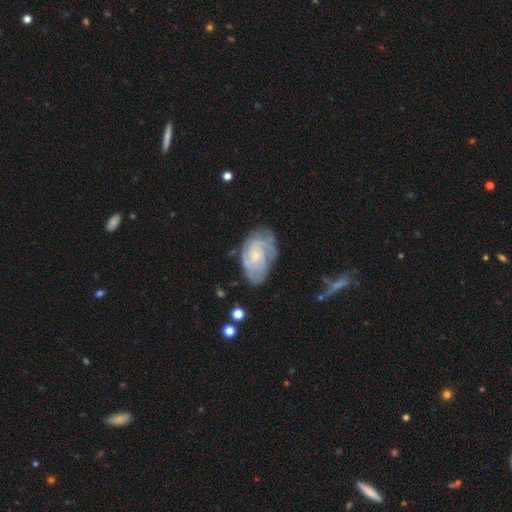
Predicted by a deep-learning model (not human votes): A featured or disk galaxy (78%) with no bar (69%), tight (63%) spiral arms (93%) and a small central bulge (68%). Merging: none (65%).